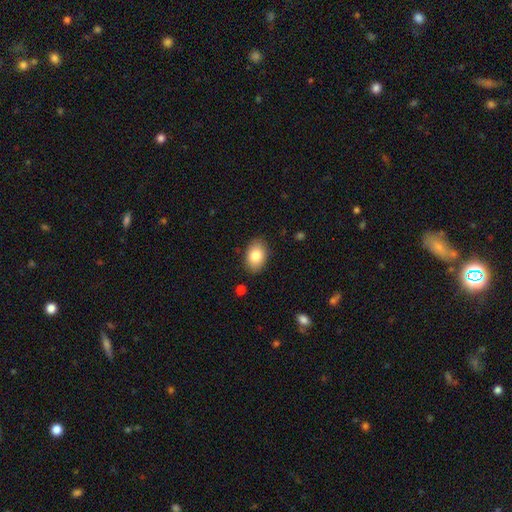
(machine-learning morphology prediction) type=smooth (83%); roundness=in between (87%); merging=none (87%).